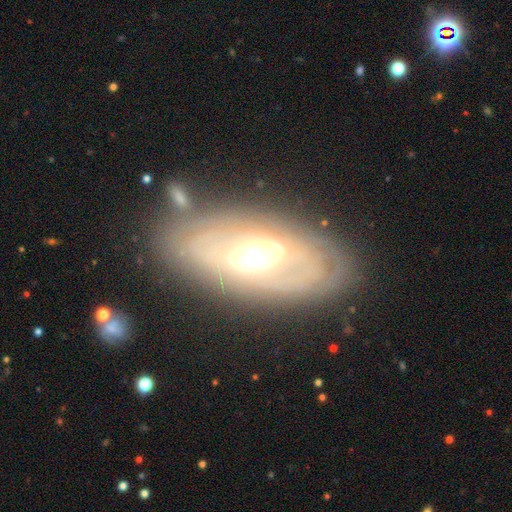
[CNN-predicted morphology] featured or disk 76%, smooth 17%, star or artifact 7%. Down the decision tree: edge-on disk — no (84%); bar — no (37%); spiral arms — yes (59%); bulge size — moderate (53%); merging — none (76%).